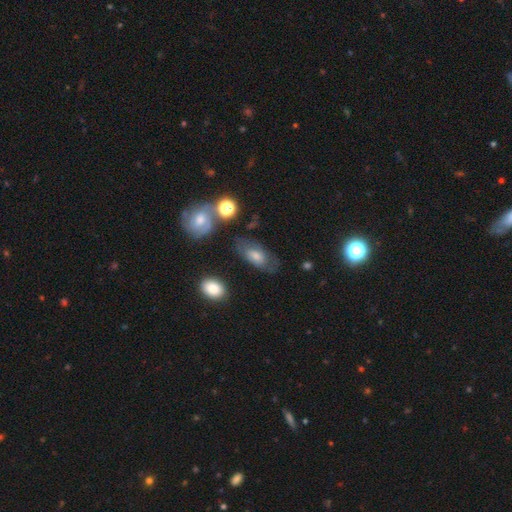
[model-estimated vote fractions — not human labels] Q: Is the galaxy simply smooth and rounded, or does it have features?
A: smooth — 52%.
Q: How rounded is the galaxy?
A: in between — 87%.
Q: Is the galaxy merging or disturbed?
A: none — 64%.